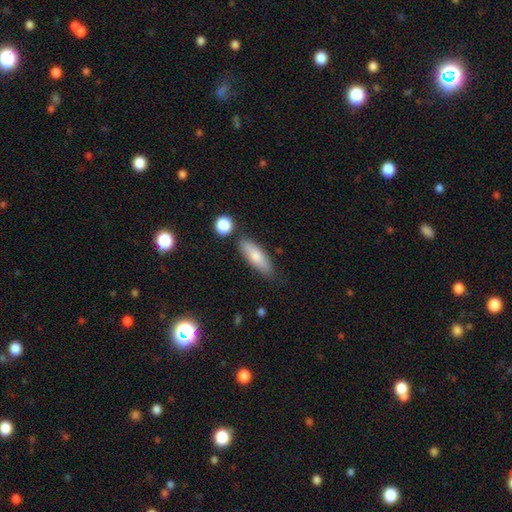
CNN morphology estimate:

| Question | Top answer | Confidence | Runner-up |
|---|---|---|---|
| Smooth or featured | smooth | 77% | featured or disk (17%) |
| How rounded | in between | 60% | cigar-shaped (37%) |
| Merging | none | 73% | minor disturbance (16%) |